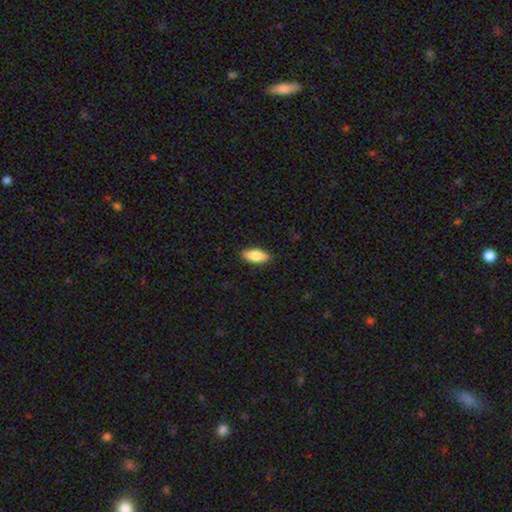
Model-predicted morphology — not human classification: type=smooth (84%); roundness=in between (86%); merging=none (89%).